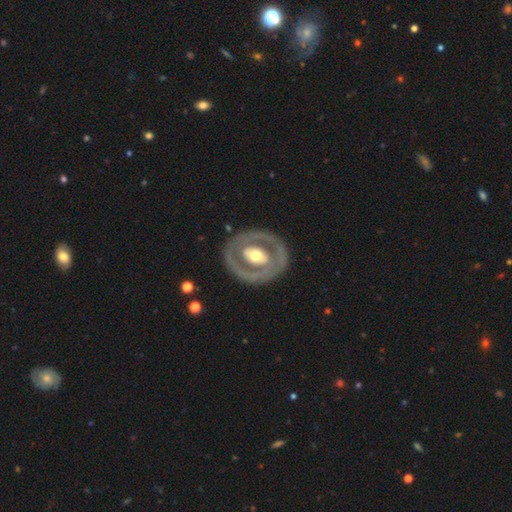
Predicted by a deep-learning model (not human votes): Smooth or featured? Predicted: featured or disk (p=0.69). Edge-on disk? Predicted: no (p=0.95). Bar? Predicted: no (p=0.59). Spiral arms? Predicted: no (p=0.74). Bulge size? Predicted: moderate (p=0.66). Merging? Predicted: none (p=0.78).